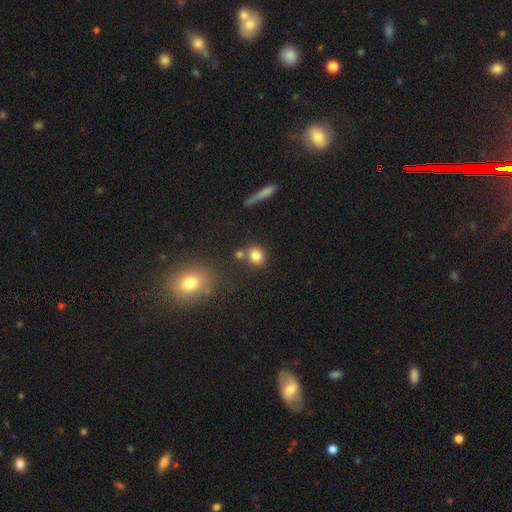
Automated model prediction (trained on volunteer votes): A smooth galaxy with no disk features (81%) that is round (70%). Merging: none (72%).